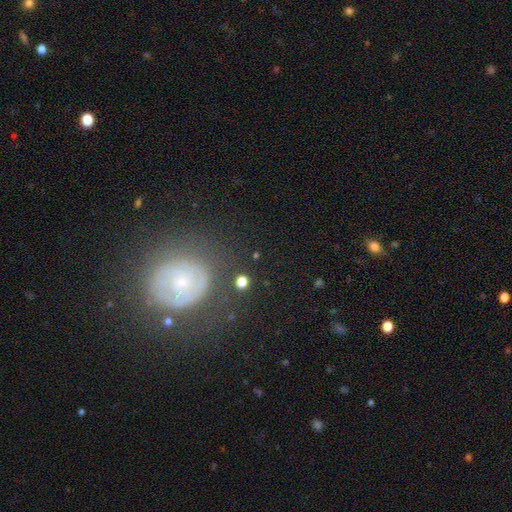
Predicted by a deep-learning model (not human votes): Smooth or featured: featured or disk — 40% (smooth — 35%)
Merging: none — 67% (minor disturbance — 16%)